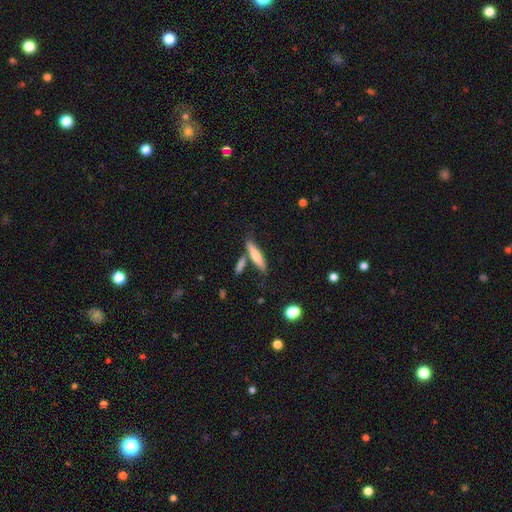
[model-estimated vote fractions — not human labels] Smooth or featured? smooth (66%)
How rounded? cigar-shaped (83%)
Merging? none (65%)